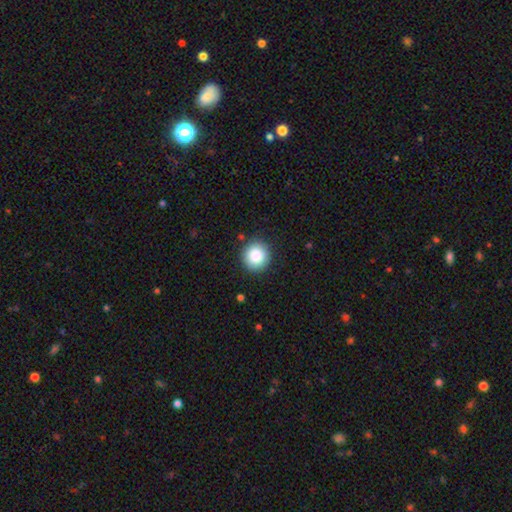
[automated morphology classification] Smooth or featured? smooth (86%)
How rounded? round (93%)
Merging? none (89%)